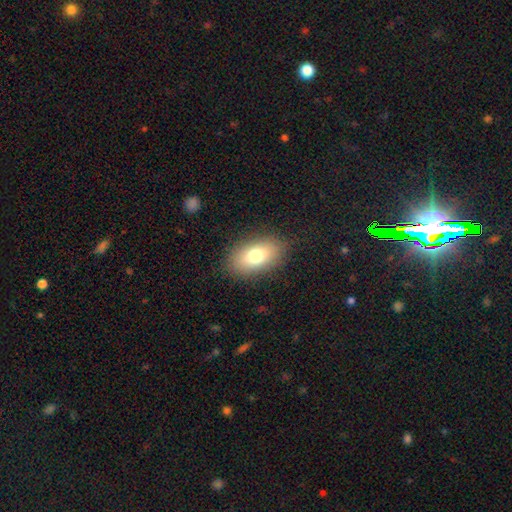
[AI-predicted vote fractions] Smooth or featured? Predicted: smooth (p=0.76). How rounded? Predicted: in between (p=0.90). Merging? Predicted: none (p=0.85).